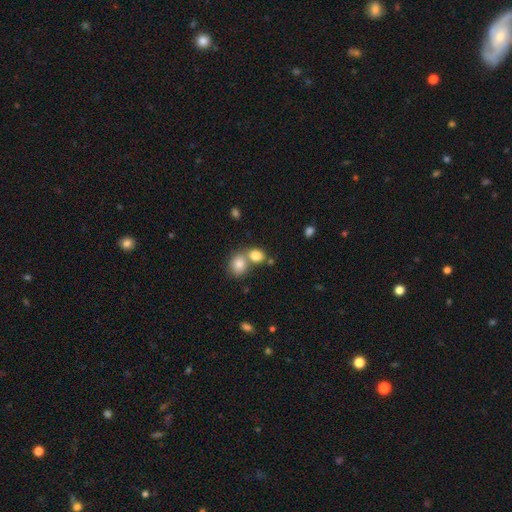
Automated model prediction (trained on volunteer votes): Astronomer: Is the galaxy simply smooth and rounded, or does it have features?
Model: smooth — 82%.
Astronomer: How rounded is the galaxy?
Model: round — 50% (runner-up: in between, 48%).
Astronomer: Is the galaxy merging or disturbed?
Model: merger — 52% (runner-up: none, 37%).